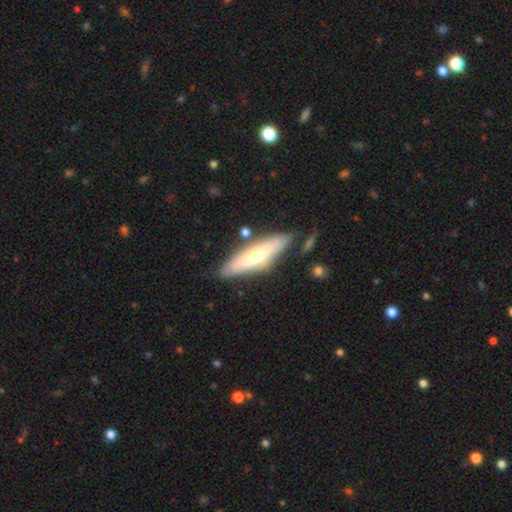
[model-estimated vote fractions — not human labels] Smooth or featured? Predicted: smooth (p=0.52). How rounded? Predicted: cigar-shaped (p=0.64). Merging? Predicted: none (p=0.70).